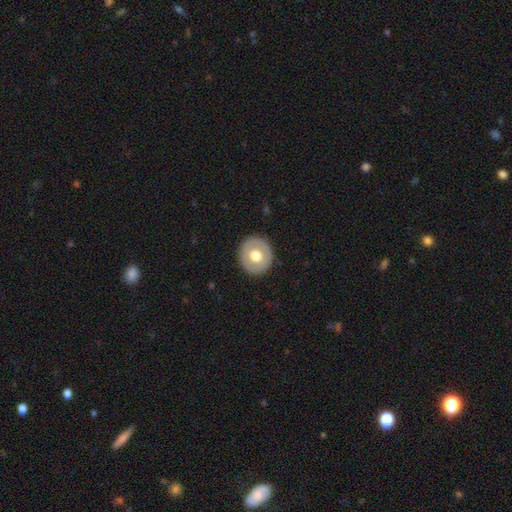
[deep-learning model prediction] Smooth or featured?
  - smooth: 56% *
  - featured or disk: 38%
  - star or artifact: 6%
How rounded?
  - round: 89% *
  - in between: 10%
  - cigar-shaped: 1%
Merging?
  - none: 90% *
  - minor disturbance: 7%
  - major disturbance: 2%
  - merger: 1%